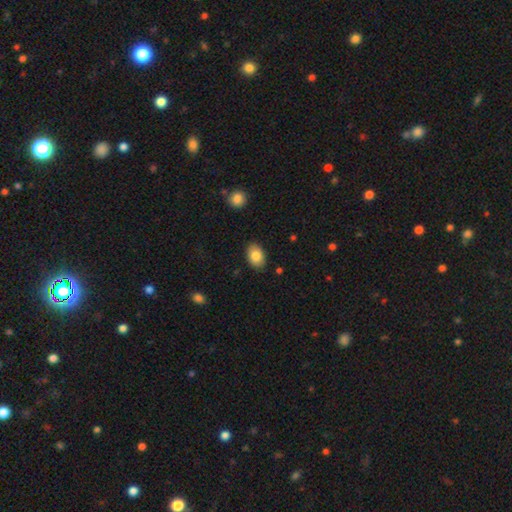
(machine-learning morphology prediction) Overall: smooth (85%). How rounded: in between (87%). Merging: none (87%).